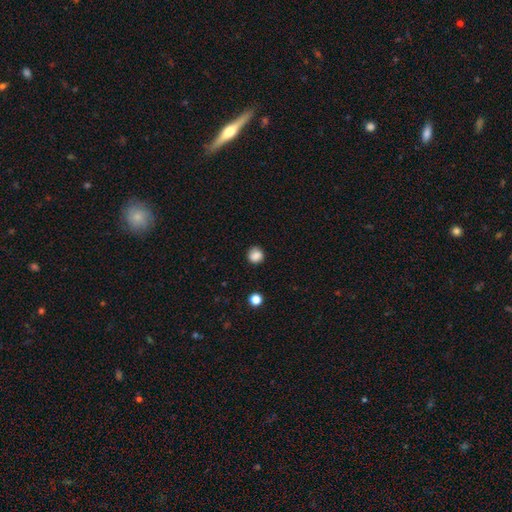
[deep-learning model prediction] smooth-or-featured: smooth: 85% | star or artifact: 11% | featured or disk: 4%
  how-rounded: round: 89% | in between: 10% | cigar-shaped: 1%
  merging: none: 85% | minor disturbance: 11% | major disturbance: 3% | merger: 1%